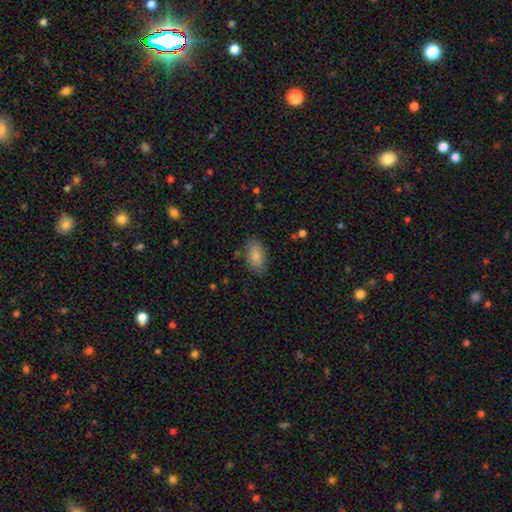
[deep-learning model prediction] Smooth or featured? Predicted: smooth (p=0.84). How rounded? Predicted: in between (p=0.92). Merging? Predicted: none (p=0.78).